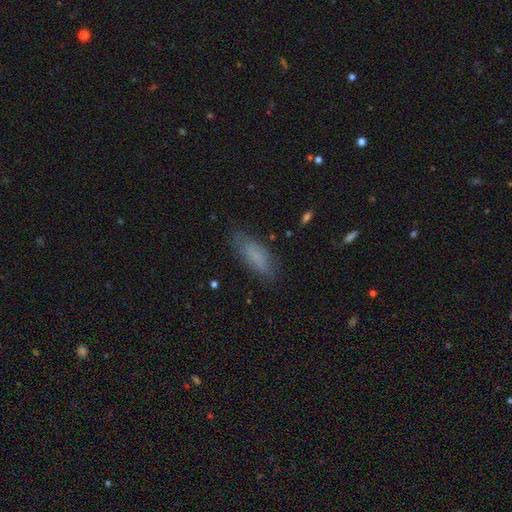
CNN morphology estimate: smooth_or_featured: smooth (p=0.75) [alt: featured or disk p=0.16]
how_rounded: in between (p=0.64) [alt: cigar-shaped p=0.34]
merging: none (p=0.76) [alt: minor disturbance p=0.18]